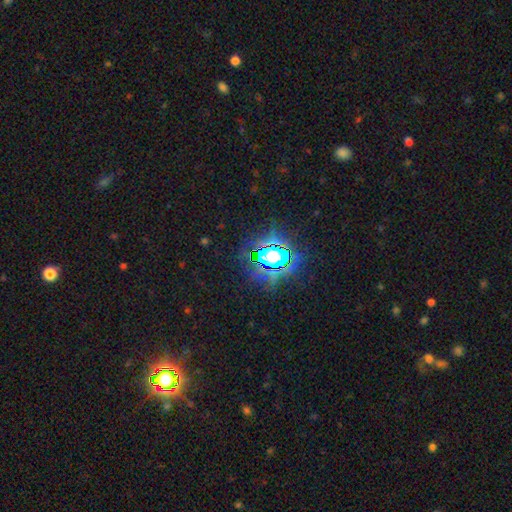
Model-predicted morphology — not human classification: This appears to be a star or artifact, not a galaxy (82%).